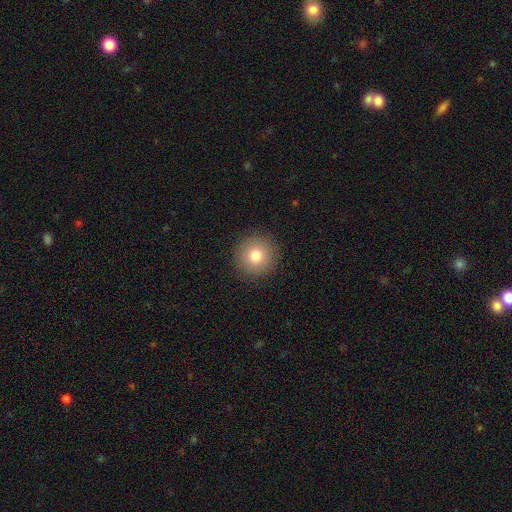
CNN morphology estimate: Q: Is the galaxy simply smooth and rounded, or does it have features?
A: smooth — 79%.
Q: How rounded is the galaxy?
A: round — 96%.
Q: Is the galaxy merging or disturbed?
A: none — 92%.